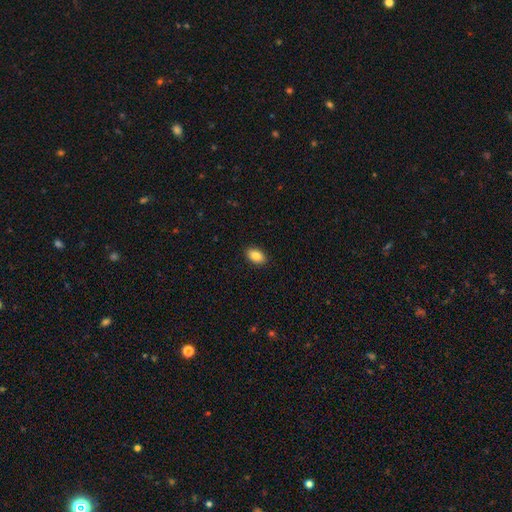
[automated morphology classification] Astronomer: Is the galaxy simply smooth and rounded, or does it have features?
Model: smooth — 87%.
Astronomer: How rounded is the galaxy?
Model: in between — 90%.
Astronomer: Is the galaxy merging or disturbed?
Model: none — 90%.